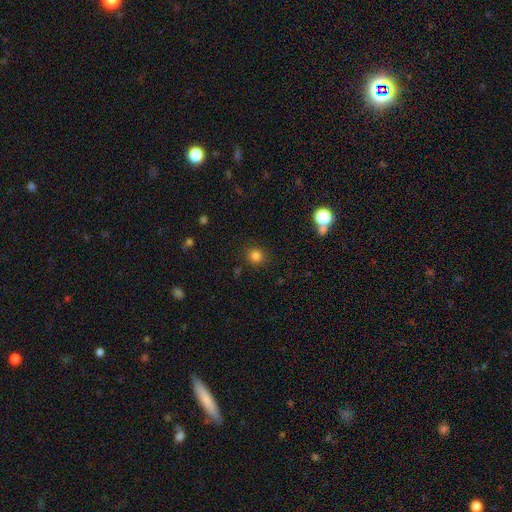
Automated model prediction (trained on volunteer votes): Overall: smooth (81%). How rounded: round (90%). Merging: none (88%).